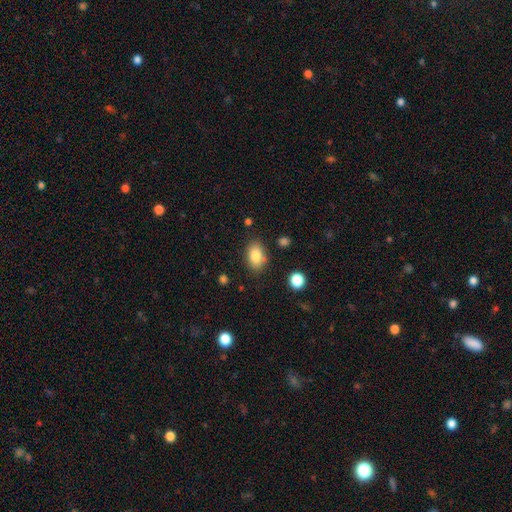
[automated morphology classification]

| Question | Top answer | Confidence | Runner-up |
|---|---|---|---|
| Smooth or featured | smooth | 83% | star or artifact (9%) |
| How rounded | in between | 86% | round (13%) |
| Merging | none | 80% | minor disturbance (13%) |